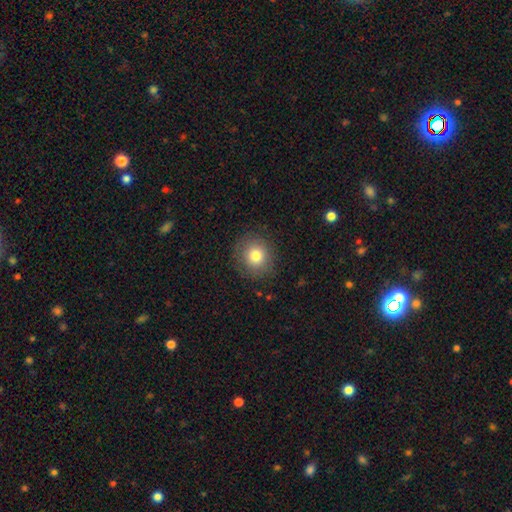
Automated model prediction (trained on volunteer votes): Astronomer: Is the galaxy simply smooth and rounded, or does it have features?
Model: smooth — 78%.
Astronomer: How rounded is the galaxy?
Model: round — 87%.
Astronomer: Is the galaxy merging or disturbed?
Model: none — 86%.